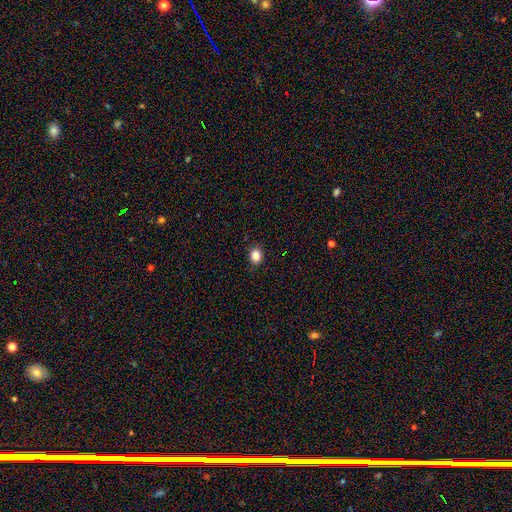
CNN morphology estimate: This is clearly a smooth galaxy (86%). How rounded: possibly in between (54%). Merging: clearly none (86%).